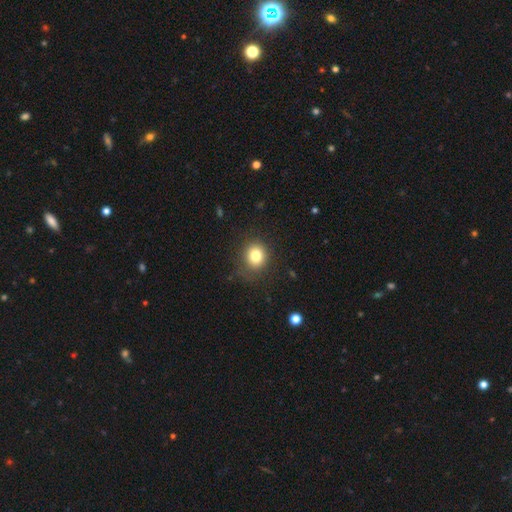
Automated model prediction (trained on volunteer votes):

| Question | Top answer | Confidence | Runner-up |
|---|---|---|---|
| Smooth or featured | smooth | 80% | star or artifact (12%) |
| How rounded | round | 79% | in between (21%) |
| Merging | none | 82% | minor disturbance (12%) |